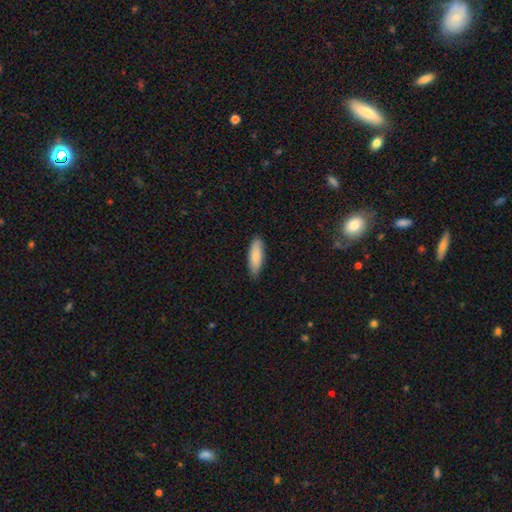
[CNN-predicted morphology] Smooth or featured? smooth (84%)
How rounded? in between (53%)
Merging? none (84%)